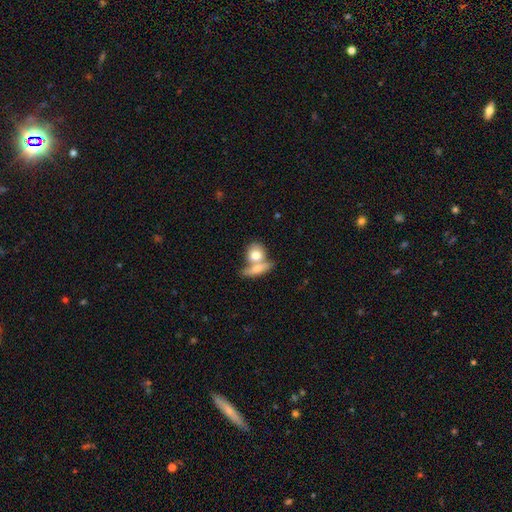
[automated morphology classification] A smooth galaxy with no disk features (75%) that is in between round and cigar-shaped (46%, tied with round).

Vote fractions:
- Smooth or featured? smooth: 75% / featured or disk: 19% / star or artifact: 6%
- How rounded? in between: 46% (tied) / round: 46% (tied) / cigar-shaped: 8%
- Merging? merger: 56% / none: 31% / minor disturbance: 8% / major disturbance: 5%